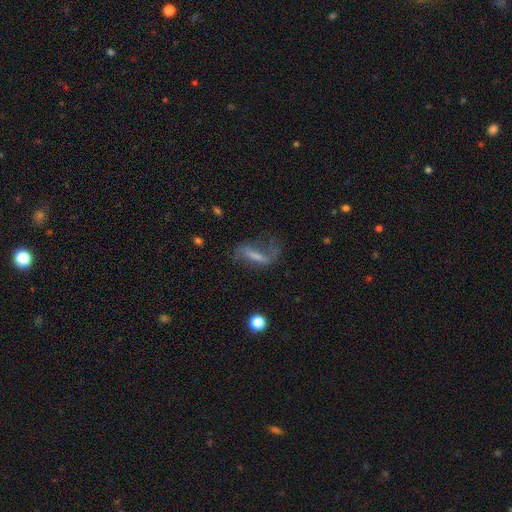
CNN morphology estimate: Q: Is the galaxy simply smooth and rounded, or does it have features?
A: featured or disk — 52%.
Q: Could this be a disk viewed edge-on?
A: no — 81%.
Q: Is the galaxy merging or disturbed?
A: none — 41%.